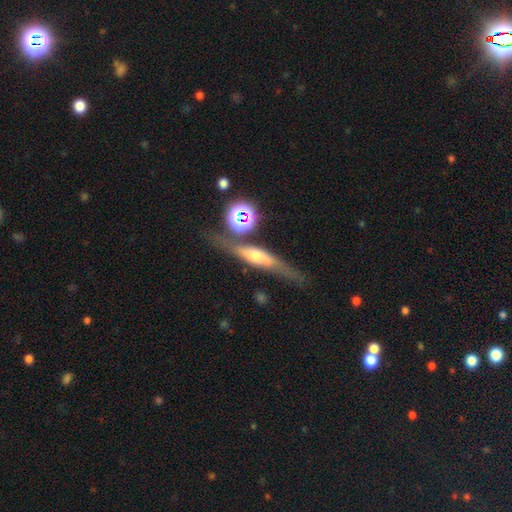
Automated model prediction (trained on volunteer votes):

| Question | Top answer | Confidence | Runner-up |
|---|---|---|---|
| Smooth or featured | featured or disk | 64% | smooth (22%) |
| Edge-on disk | yes | 86% | no (14%) |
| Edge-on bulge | rounded | 78% | boxy (13%) |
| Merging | none | 70% | minor disturbance (16%) |